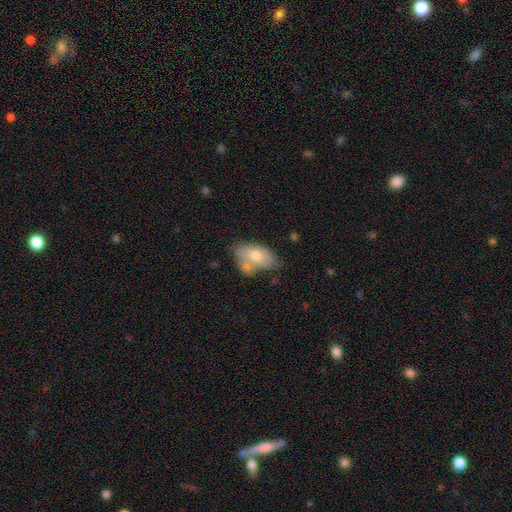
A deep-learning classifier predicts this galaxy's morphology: Smooth or featured? Predicted: smooth (p=0.66). How rounded? Predicted: in between (p=0.90). Merging? Predicted: none (p=0.39).